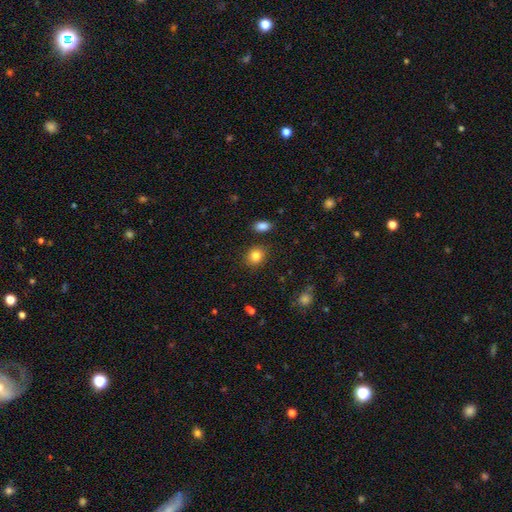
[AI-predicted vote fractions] smooth_or_featured: smooth (p=0.84) [alt: star or artifact p=0.10]
how_rounded: round (p=0.66) [alt: in between p=0.33]
merging: none (p=0.86) [alt: minor disturbance p=0.09]